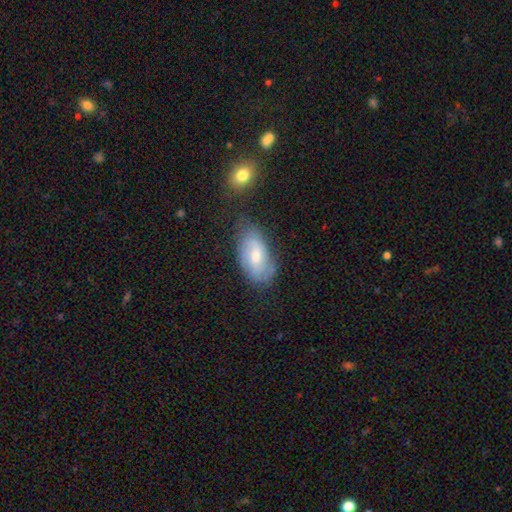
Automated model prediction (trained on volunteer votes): Smooth or featured: smooth — 47% (featured or disk — 46%)
Merging: none — 58% (minor disturbance — 28%)